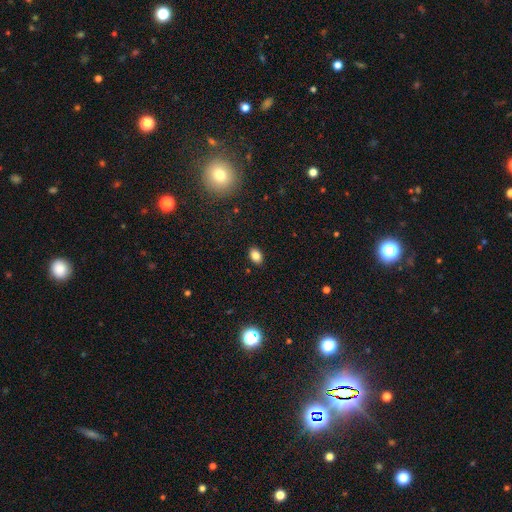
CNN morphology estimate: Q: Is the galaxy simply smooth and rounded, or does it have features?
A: smooth — 84%.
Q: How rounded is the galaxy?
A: in between — 83%.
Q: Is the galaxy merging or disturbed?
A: none — 88%.